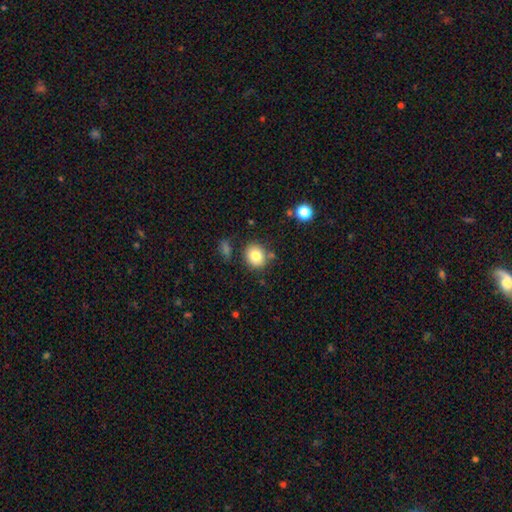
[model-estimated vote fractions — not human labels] The model was most divided on "how rounded": round: 73%, in between: 26%, cigar-shaped: 1%. More confident: smooth or featured — smooth (81%); merging — none (79%).